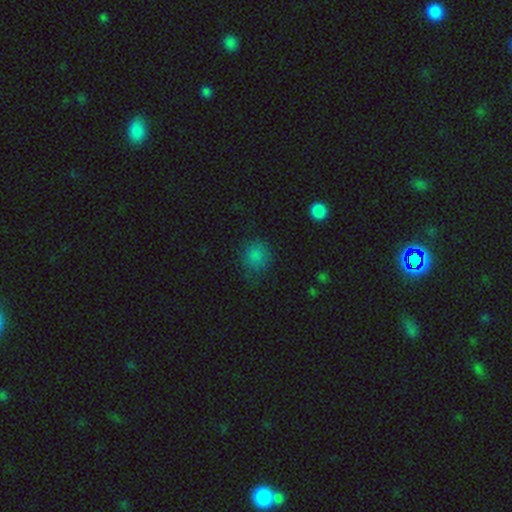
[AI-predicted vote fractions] A smooth galaxy with no disk features (79%) that is round (78%). Merging: none (70%).